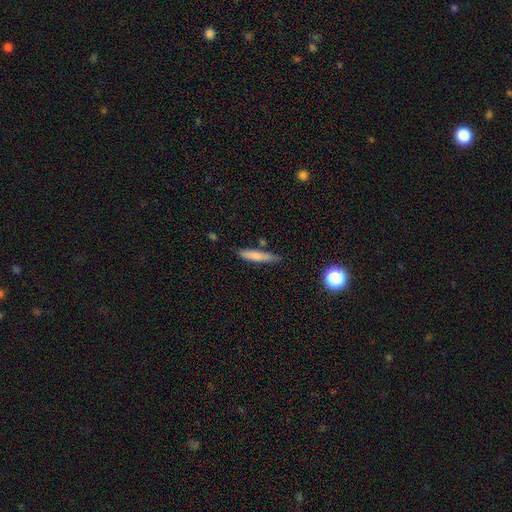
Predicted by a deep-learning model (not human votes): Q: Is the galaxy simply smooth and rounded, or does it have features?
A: smooth — 75%.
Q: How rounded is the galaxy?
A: cigar-shaped — 87%.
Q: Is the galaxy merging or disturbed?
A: none — 73%.